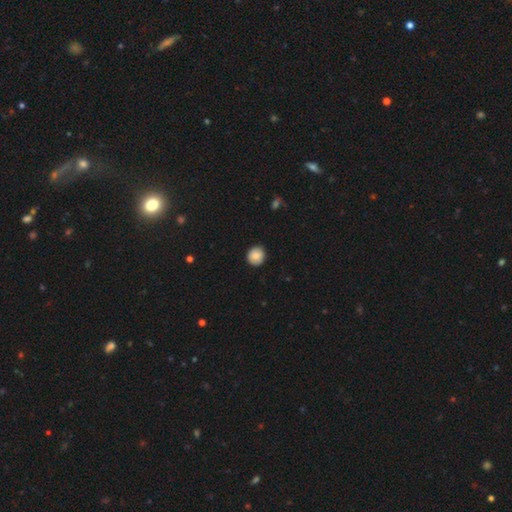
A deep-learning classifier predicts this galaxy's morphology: Smooth or featured: smooth — 87% (star or artifact — 8%)
How rounded: round — 89% (in between — 10%)
Merging: none — 90% (minor disturbance — 8%)